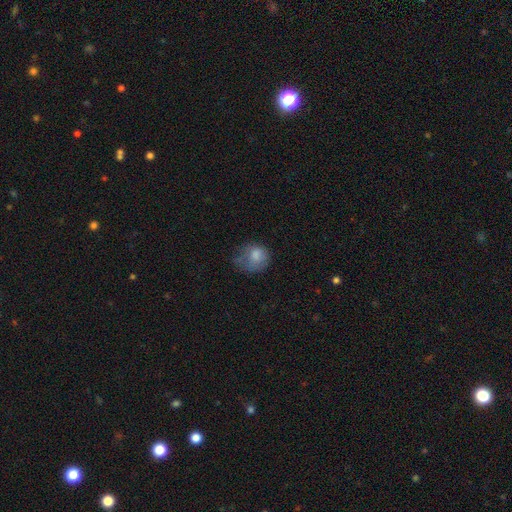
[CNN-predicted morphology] The model was most divided on "merging": none: 35%, minor disturbance: 32%, major disturbance: 31%, merger: 2%. More confident: smooth or featured — smooth (75%); how rounded — round (63%).